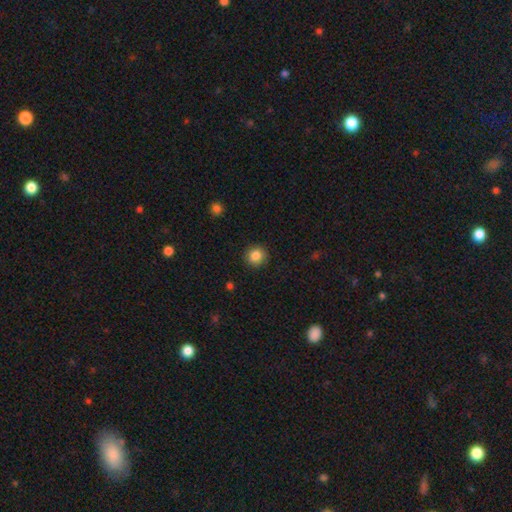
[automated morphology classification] type=smooth (85%); roundness=round (93%); merging=none (91%).